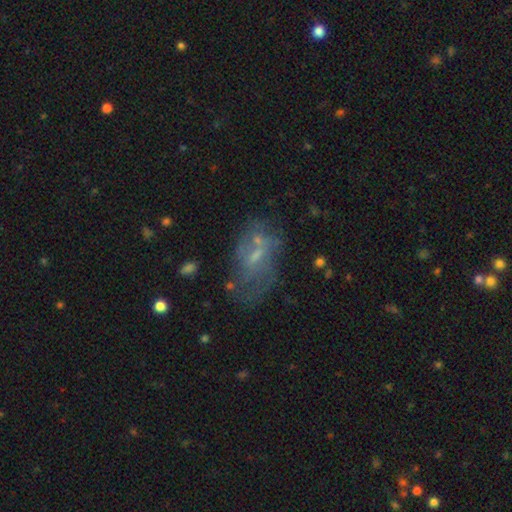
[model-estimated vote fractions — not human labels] The model was most divided on "smooth or featured": featured or disk: 54%, smooth: 32%, star or artifact: 14%. Remaining: edge-on disk — no (93%); merging — none (45%).